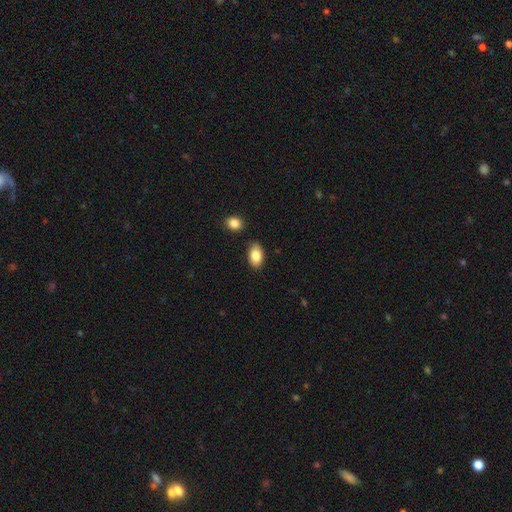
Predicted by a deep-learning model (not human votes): Smooth or featured? Predicted: smooth (p=0.86). How rounded? Predicted: in between (p=0.92). Merging? Predicted: none (p=0.84).